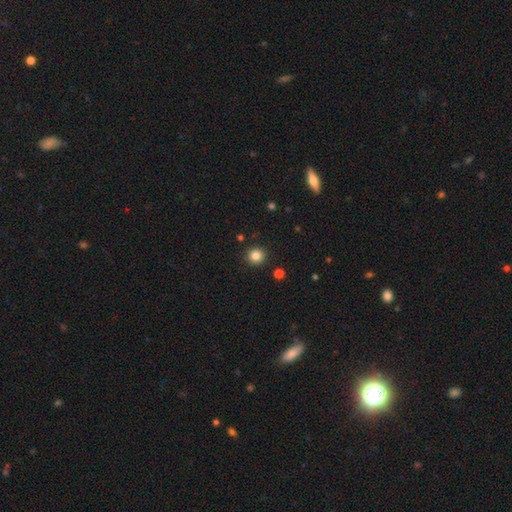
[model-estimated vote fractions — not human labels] Q: Smooth or featured?
A: smooth (84%); runner-up: star or artifact (12%)
Q: How rounded?
A: round (92%); runner-up: in between (7%)
Q: Merging?
A: none (92%); runner-up: minor disturbance (5%)